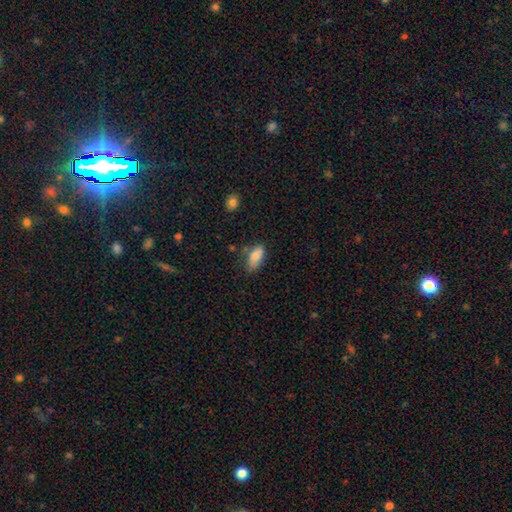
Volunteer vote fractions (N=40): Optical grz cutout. It shows a smooth galaxy with no disk features (85%) that is in between round and cigar-shaped (79%). Merging: none (59%).